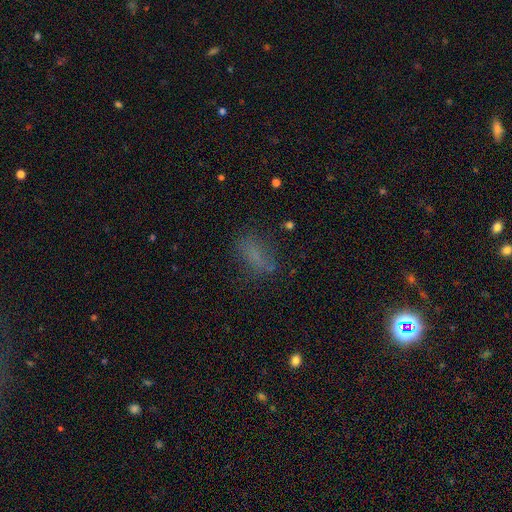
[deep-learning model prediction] Smooth or featured?
  - smooth: 67% *
  - star or artifact: 19%
  - featured or disk: 14%
How rounded?
  - in between: 80% *
  - cigar-shaped: 11%
  - round: 9%
Merging?
  - none: 67% *
  - minor disturbance: 19%
  - major disturbance: 11%
  - merger: 2%